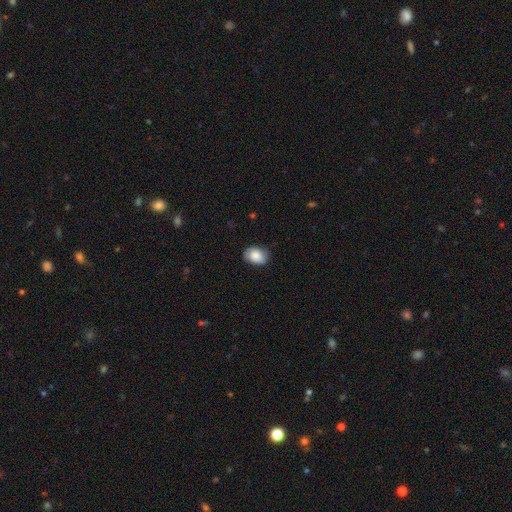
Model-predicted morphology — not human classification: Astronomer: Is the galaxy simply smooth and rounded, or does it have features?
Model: smooth — 82%.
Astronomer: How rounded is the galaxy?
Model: in between — 70%.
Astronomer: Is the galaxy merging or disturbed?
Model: none — 77%.